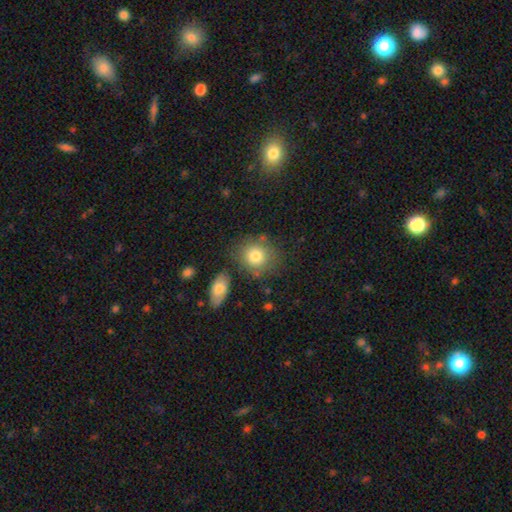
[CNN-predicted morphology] A smooth galaxy with no disk features (80%) that is round (79%). Merging: none (73%).